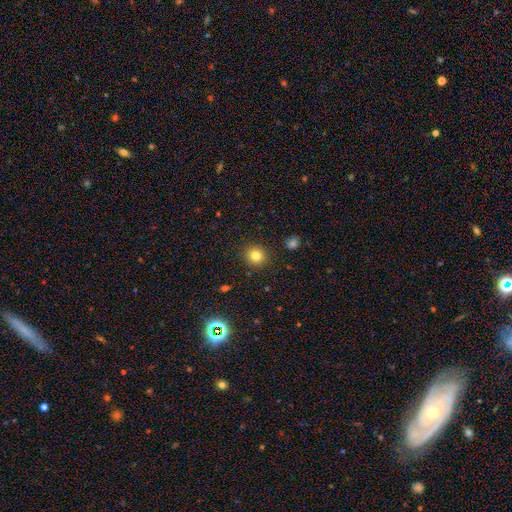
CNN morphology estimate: Q: Smooth or featured?
A: smooth (79%); runner-up: star or artifact (14%)
Q: How rounded?
A: round (92%); runner-up: in between (7%)
Q: Merging?
A: none (91%); runner-up: minor disturbance (6%)